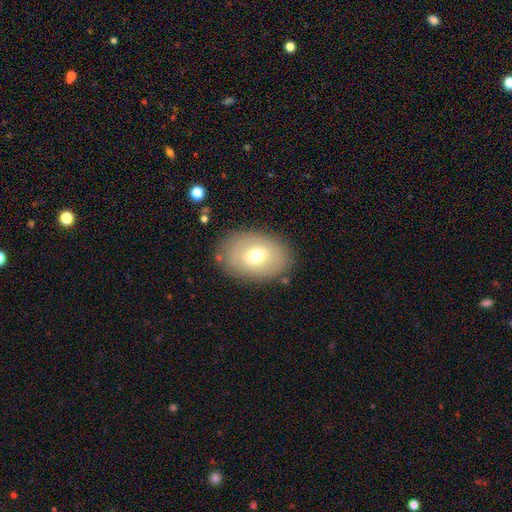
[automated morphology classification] smooth-or-featured: smooth: 58% | featured or disk: 34% | star or artifact: 8%
  how-rounded: in between: 82% | round: 17% | cigar-shaped: 1%
  merging: none: 81% | minor disturbance: 12% | major disturbance: 4% | merger: 2%